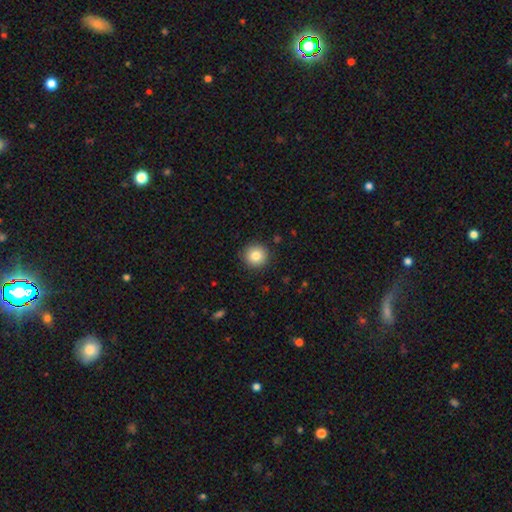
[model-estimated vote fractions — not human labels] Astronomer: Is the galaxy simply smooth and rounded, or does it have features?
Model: smooth — 82%.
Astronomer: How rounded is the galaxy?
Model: round — 95%.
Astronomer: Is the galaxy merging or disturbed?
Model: none — 90%.